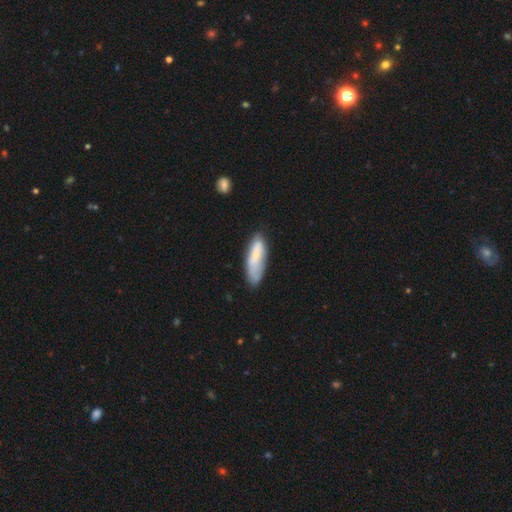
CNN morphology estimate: Q: Smooth or featured?
A: smooth (67%); runner-up: featured or disk (26%)
Q: How rounded?
A: in between (52%); runner-up: cigar-shaped (46%)
Q: Merging?
A: none (63%); runner-up: minor disturbance (26%)